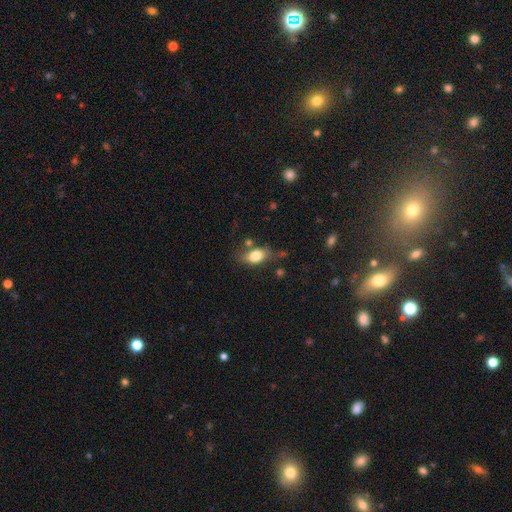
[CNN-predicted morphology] Smooth or featured?
  - smooth: 78% *
  - featured or disk: 14%
  - star or artifact: 8%
How rounded?
  - in between: 82% *
  - round: 13%
  - cigar-shaped: 5%
Merging?
  - none: 63% *
  - minor disturbance: 22%
  - major disturbance: 7%
  - merger: 7%